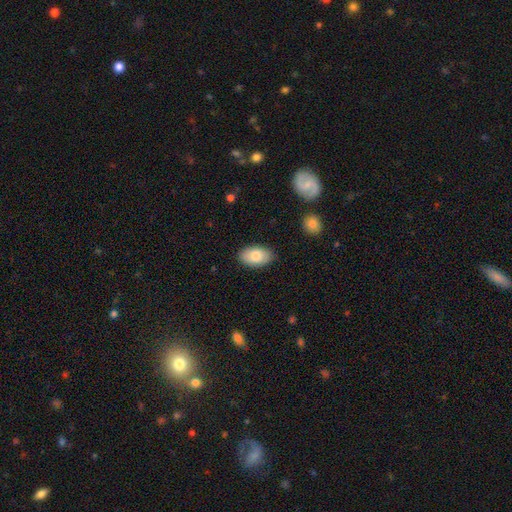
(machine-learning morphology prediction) Overall: smooth (81%). How rounded: in between (93%). Merging: none (87%).